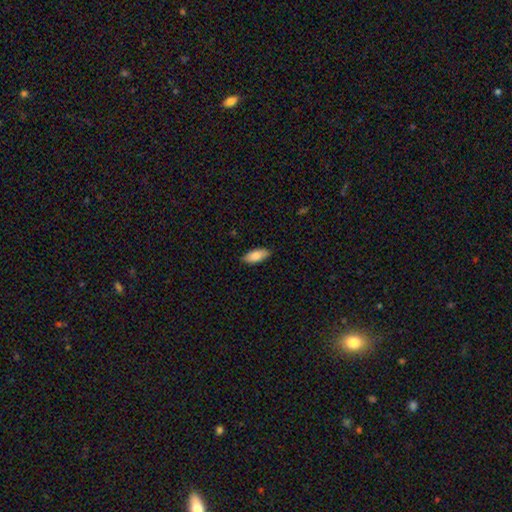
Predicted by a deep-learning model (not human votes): A smooth galaxy with no disk features (86%) that is in between round and cigar-shaped (84%). Merging: none (86%).